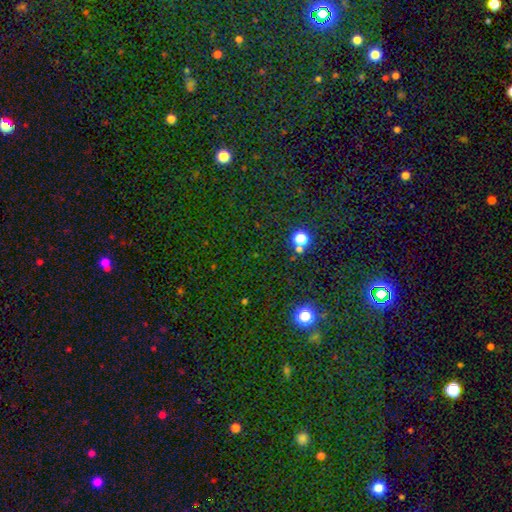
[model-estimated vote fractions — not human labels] Smooth or featured: star or artifact — 70% (smooth — 22%)